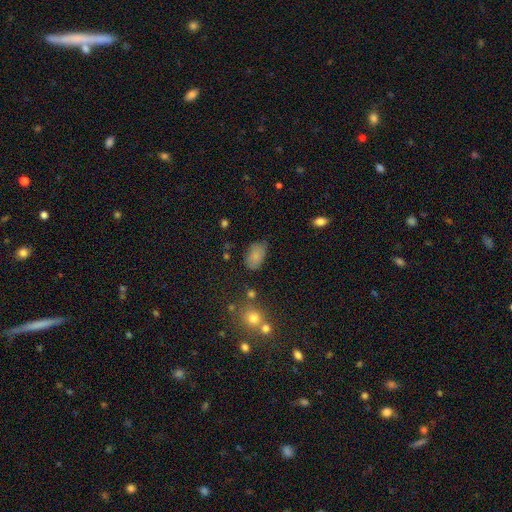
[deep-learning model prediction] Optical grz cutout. It shows a smooth galaxy with no disk features (81%) that is in between round and cigar-shaped (90%). Merging: none (67%).